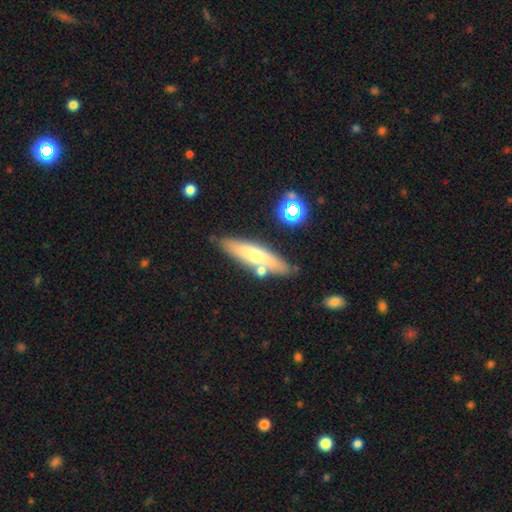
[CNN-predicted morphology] smooth-or-featured: smooth: 53% | featured or disk: 40% | star or artifact: 8%
  how-rounded: cigar-shaped: 77% | in between: 21% | round: 2%
  merging: none: 77% | minor disturbance: 12% | merger: 8% | major disturbance: 3%